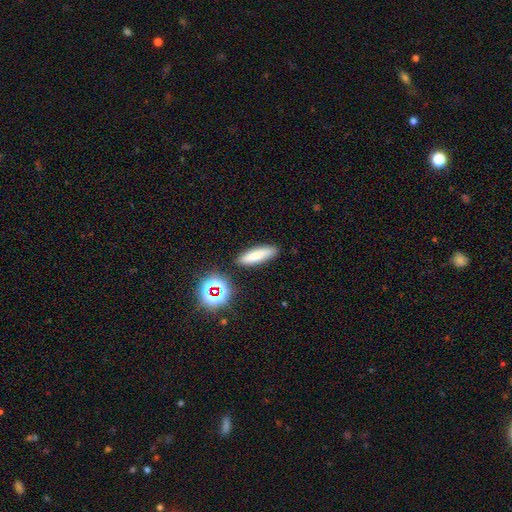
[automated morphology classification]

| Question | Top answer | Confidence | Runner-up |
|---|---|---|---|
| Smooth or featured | smooth | 75% | featured or disk (14%) |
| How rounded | cigar-shaped | 63% | in between (33%) |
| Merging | none | 86% | minor disturbance (8%) |